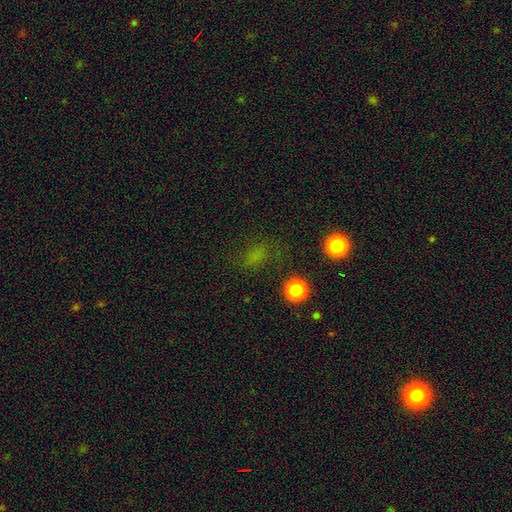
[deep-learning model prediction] Q: Smooth or featured?
A: smooth (58%); runner-up: star or artifact (33%)
Q: How rounded?
A: in between (51%); runner-up: round (45%)
Q: Merging?
A: none (71%); runner-up: minor disturbance (15%)